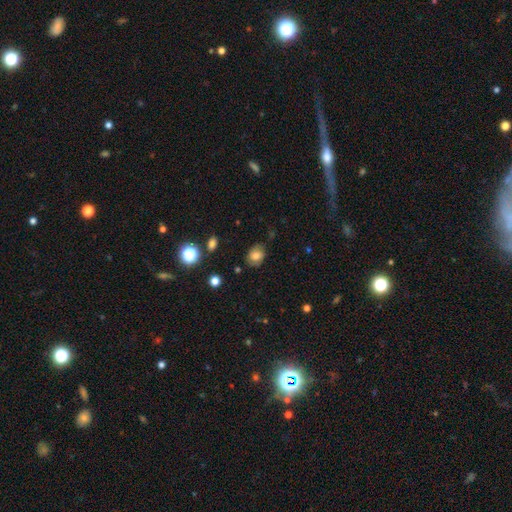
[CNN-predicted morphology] smooth 73%, featured or disk 14%, star or artifact 13%. Down the decision tree: how rounded — in between (53%); merging — none (76%).